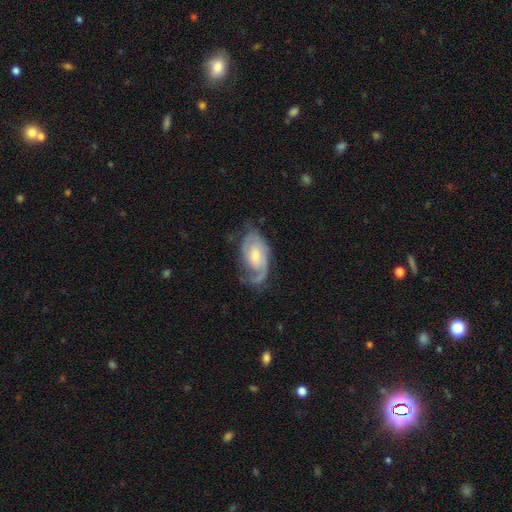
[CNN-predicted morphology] Smooth or featured? Predicted: featured or disk (p=0.77). Edge-on disk? Predicted: no (p=0.95). Bar? Predicted: no (p=0.60). Spiral arms? Predicted: yes (p=0.92). Spiral winding? Predicted: tight (p=0.46). Spiral arm count? Predicted: 2 (p=0.45). Bulge size? Predicted: moderate (p=0.50). Merging? Predicted: none (p=0.61).